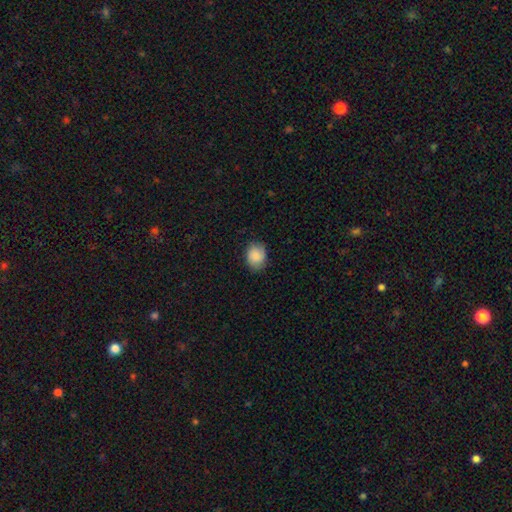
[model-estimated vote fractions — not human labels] smooth 81%, featured or disk 12%, star or artifact 7%. Down the decision tree: how rounded — in between (51%); merging — none (78%).